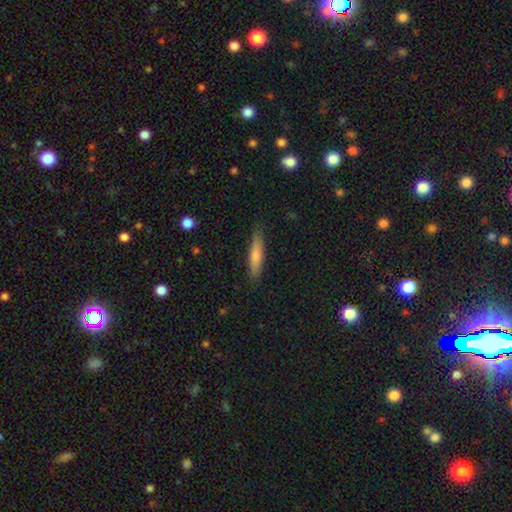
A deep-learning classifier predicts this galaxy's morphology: type=smooth (74%); roundness=cigar-shaped (85%); merging=none (86%).